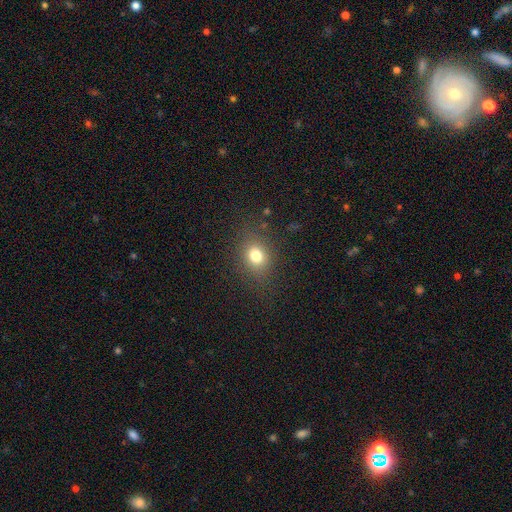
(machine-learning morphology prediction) smooth_or_featured: smooth (p=0.77) [alt: star or artifact p=0.14]
how_rounded: round (p=0.57) [alt: in between p=0.41]
merging: none (p=0.83) [alt: minor disturbance p=0.11]